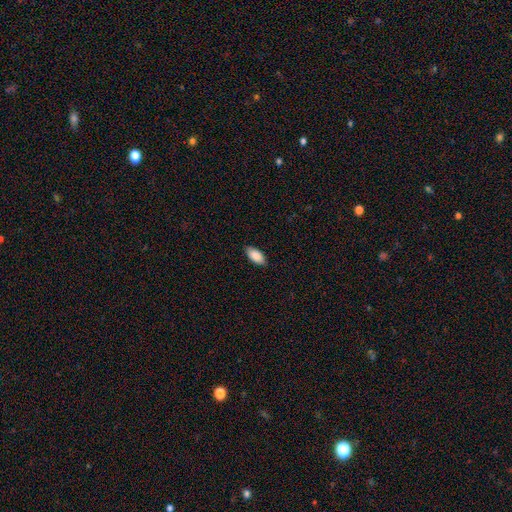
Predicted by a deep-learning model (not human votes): Morphology: type=smooth (89%); roundness=in between (92%); merging=none (87%).